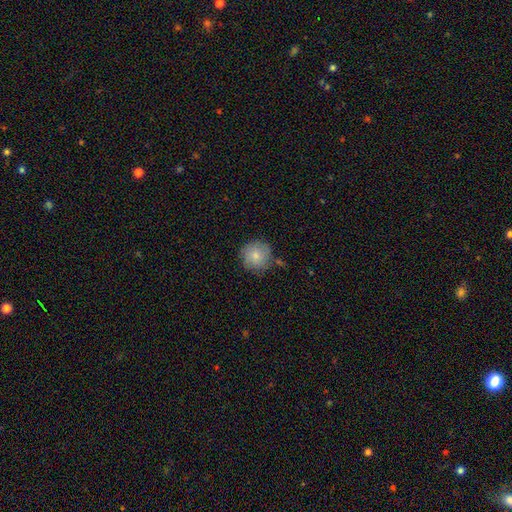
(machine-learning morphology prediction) Smooth or featured? smooth (81%)
How rounded? round (94%)
Merging? none (77%)